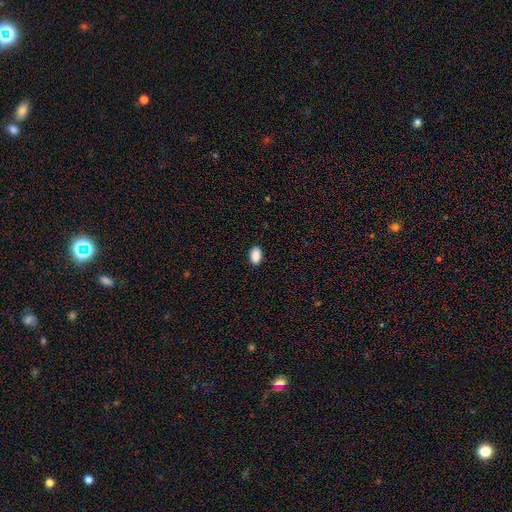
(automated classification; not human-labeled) Smooth or featured: smooth — 90% (star or artifact — 7%)
How rounded: in between — 92% (round — 6%)
Merging: none — 89% (minor disturbance — 8%)